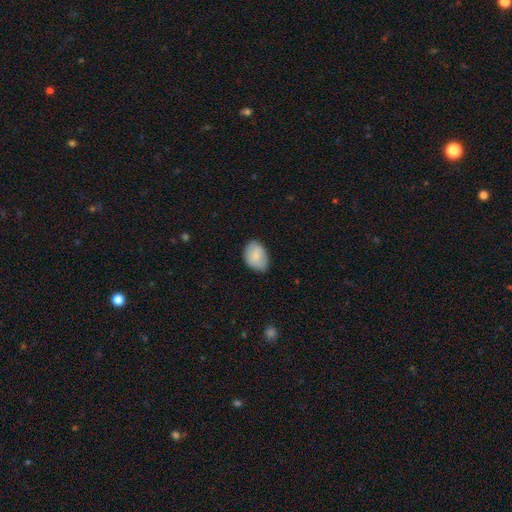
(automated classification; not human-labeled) Smooth or featured: smooth — 81% (featured or disk — 12%)
How rounded: in between — 81% (round — 18%)
Merging: none — 68% (minor disturbance — 26%)